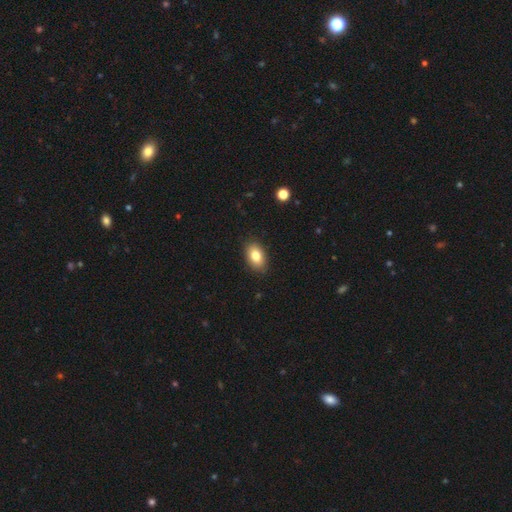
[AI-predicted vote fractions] smooth-or-featured: smooth: 82% | featured or disk: 10% | star or artifact: 8%
  how-rounded: in between: 89% | round: 10% | cigar-shaped: 1%
  merging: none: 88% | minor disturbance: 9% | major disturbance: 2% | merger: 1%